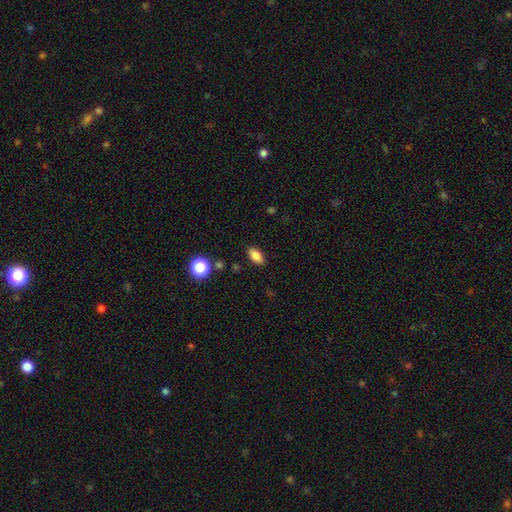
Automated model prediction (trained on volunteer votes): Smooth or featured?
  - smooth: 82% *
  - star or artifact: 10%
  - featured or disk: 9%
How rounded?
  - in between: 88% *
  - round: 7%
  - cigar-shaped: 5%
Merging?
  - none: 87% *
  - minor disturbance: 9%
  - major disturbance: 2%
  - merger: 2%